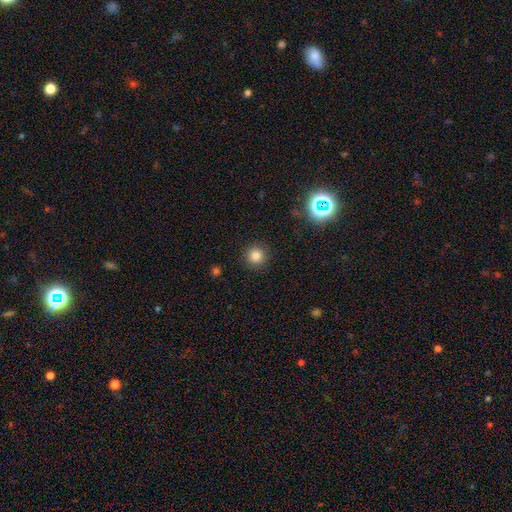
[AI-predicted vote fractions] Overall: smooth (83%). How rounded: round (95%). Merging: none (91%).